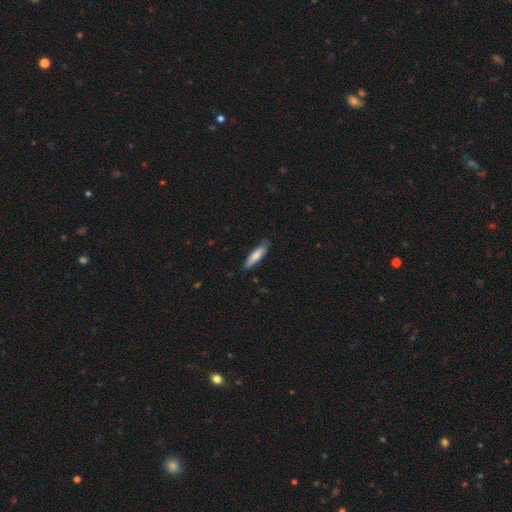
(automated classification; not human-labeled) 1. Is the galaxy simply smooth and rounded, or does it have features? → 77% smooth, 17% featured or disk, 5% star or artifact.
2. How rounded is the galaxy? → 71% cigar-shaped, 27% in between, 1% round.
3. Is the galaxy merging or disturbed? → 78% none, 18% minor disturbance, 3% major disturbance, 1% merger.